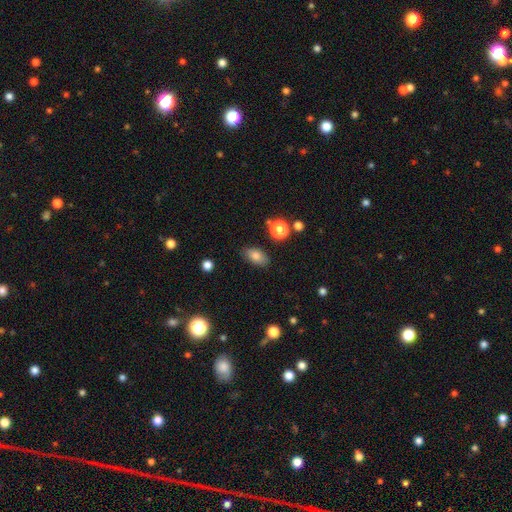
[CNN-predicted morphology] This appears to be a smooth galaxy with no disk features (81%) that is in between round and cigar-shaped (88%). Merging: none (83%).